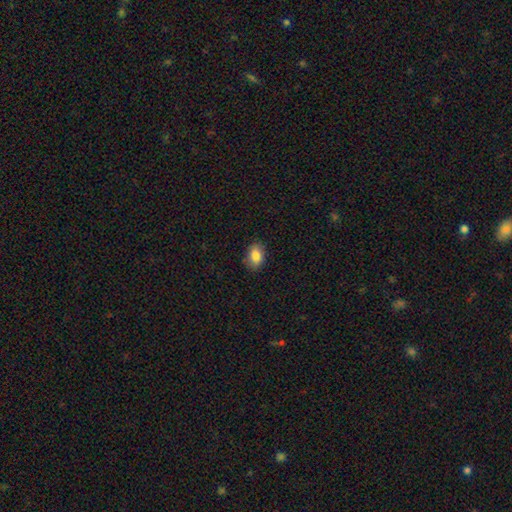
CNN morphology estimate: A smooth galaxy with no disk features (85%) that is in between round and cigar-shaped (81%). Merging: none (84%).